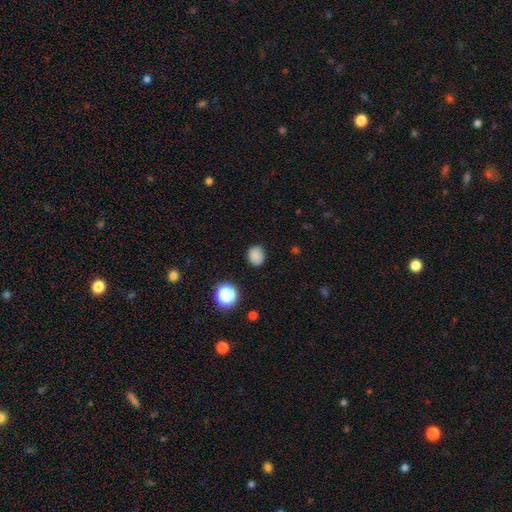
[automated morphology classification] Smooth or featured? Predicted: smooth (p=0.83). How rounded? Predicted: round (p=0.67). Merging? Predicted: none (p=0.83).